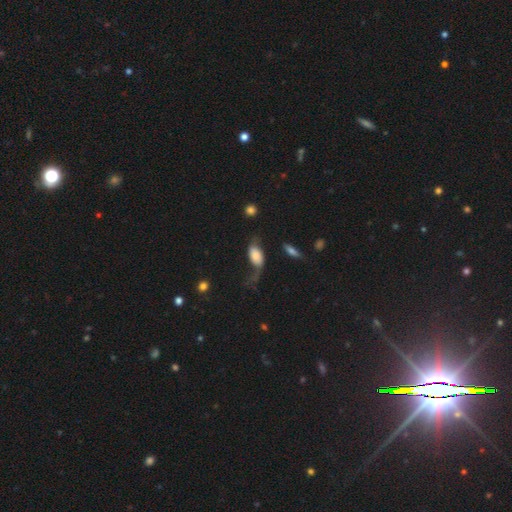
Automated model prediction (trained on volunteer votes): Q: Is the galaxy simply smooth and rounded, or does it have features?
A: smooth — 51%.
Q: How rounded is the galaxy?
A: in between — 89%.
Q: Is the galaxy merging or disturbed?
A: major disturbance — 36%.